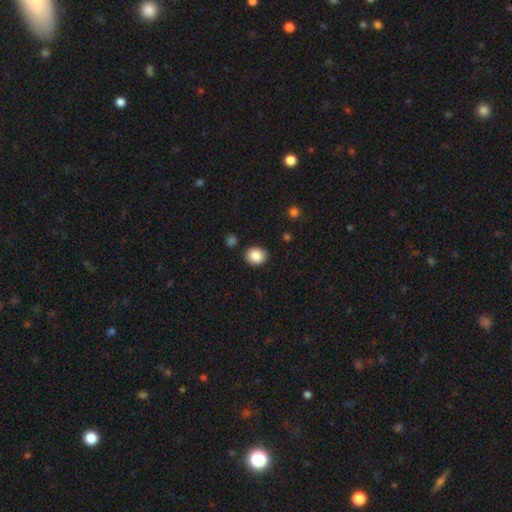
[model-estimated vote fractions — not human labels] Smooth or featured? Predicted: smooth (p=0.88). How rounded? Predicted: round (p=0.63). Merging? Predicted: none (p=0.88).